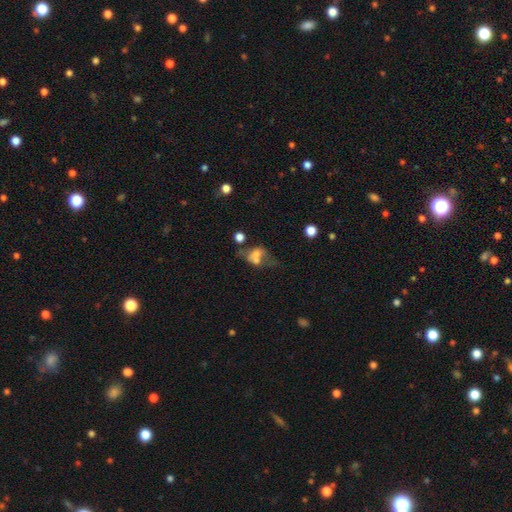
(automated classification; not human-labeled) smooth_or_featured: smooth (p=0.51) [alt: featured or disk p=0.35]
how_rounded: in between (p=0.60) [alt: round p=0.37]
merging: merger (p=0.48) [alt: none p=0.22]